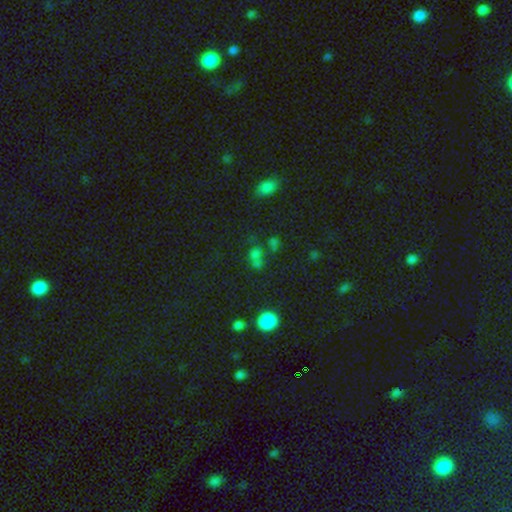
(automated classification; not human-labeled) The model was most divided on "merging": none: 45%, merger: 35%, minor disturbance: 12%, major disturbance: 8%. More confident: how rounded — round (58%); smooth or featured — smooth (52%).